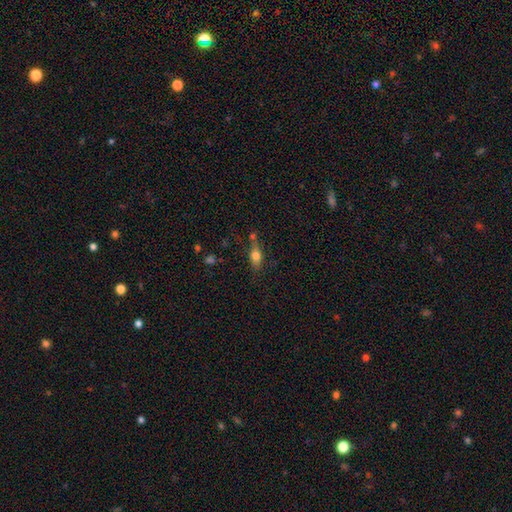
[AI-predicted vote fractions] Overall: smooth (69%). How rounded: in between (72%). Merging: none (60%; minor disturbance 21%).